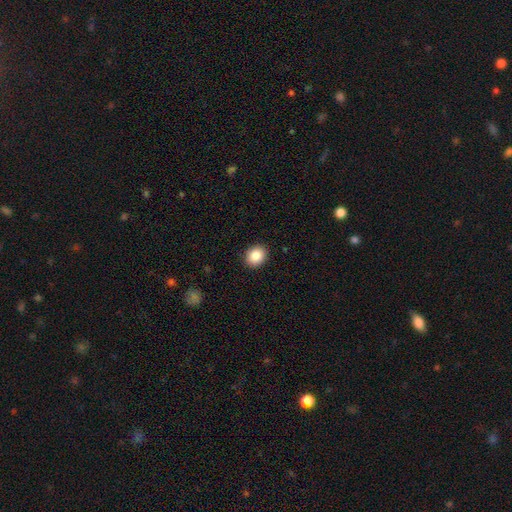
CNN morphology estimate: A smooth galaxy with no disk features (87%) that is round (64%).

Vote fractions:
- Smooth or featured? smooth: 87% / star or artifact: 8% / featured or disk: 4%
- How rounded? round: 64% / in between: 35% / cigar-shaped: 1%
- Merging? none: 91% / minor disturbance: 6% / major disturbance: 2% / merger: 1%